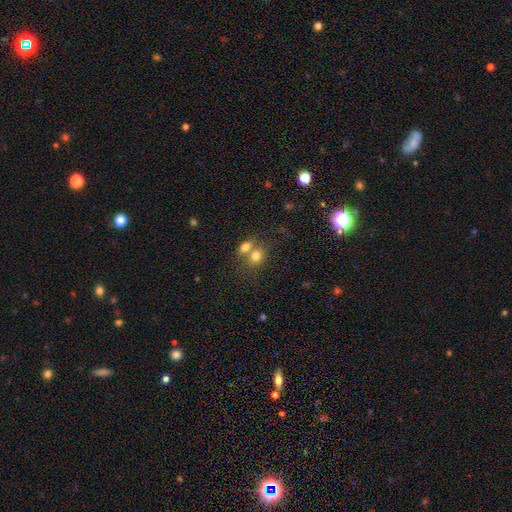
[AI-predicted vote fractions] Smooth or featured: smooth — 77% (featured or disk — 13%)
How rounded: in between — 55% (round — 43%)
Merging: merger — 53% (none — 34%)